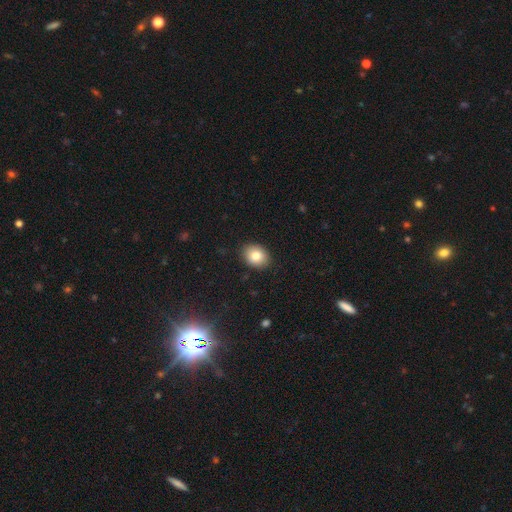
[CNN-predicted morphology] Overall: smooth (82%). How rounded: in between (57%; round 42%). Merging: none (89%).